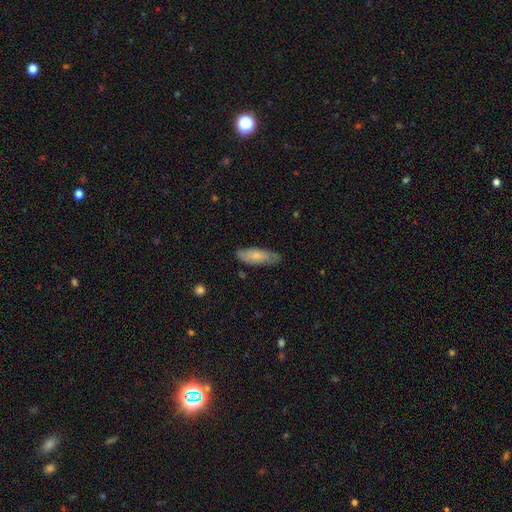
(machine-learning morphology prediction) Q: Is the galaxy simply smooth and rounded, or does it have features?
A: smooth — 73%.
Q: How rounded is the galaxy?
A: in between — 64%.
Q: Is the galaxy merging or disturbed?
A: none — 74%.